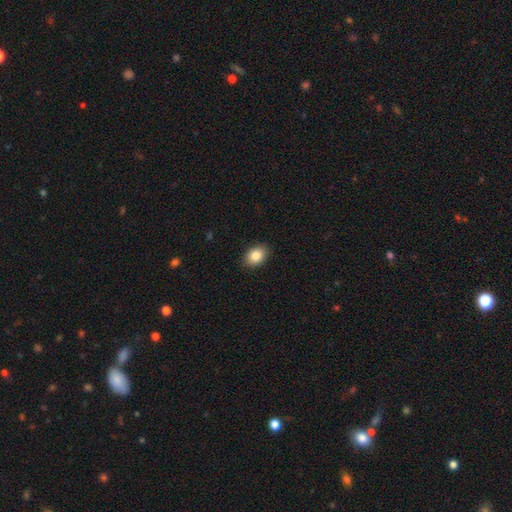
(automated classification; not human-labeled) This appears to be a smooth galaxy with no disk features (85%) that is in between round and cigar-shaped (75%). Merging: none (89%).